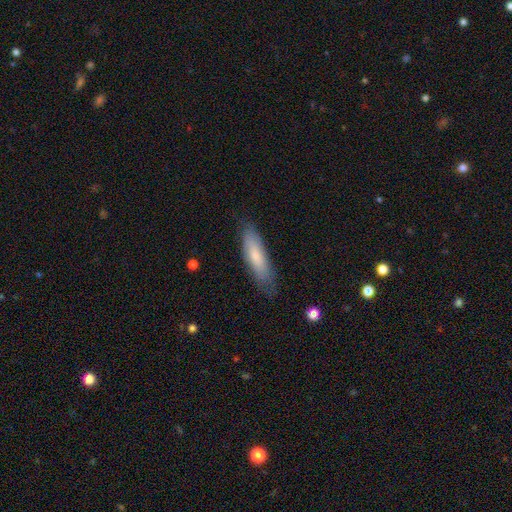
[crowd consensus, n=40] Smooth or featured? smooth (72%)
How rounded? cigar-shaped (66%)
Merging? none (79%)